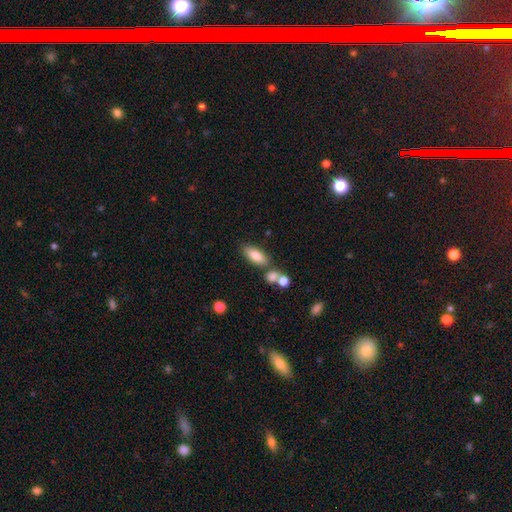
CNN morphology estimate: type=smooth (81%); roundness=in between (81%); merging=none (66%).